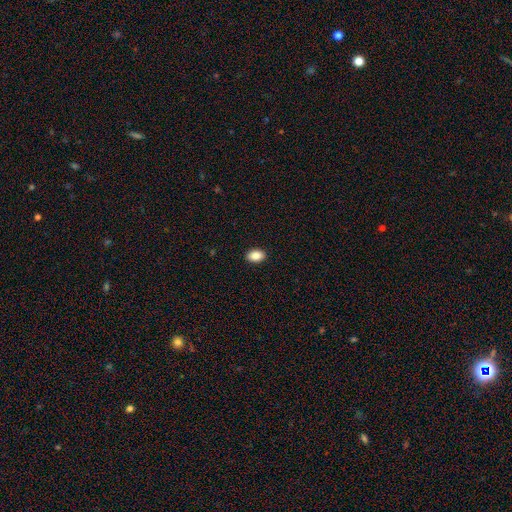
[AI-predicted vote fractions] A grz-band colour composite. It shows a smooth galaxy with no disk features (89%) that is in between round and cigar-shaped (88%). Merging: none (91%).